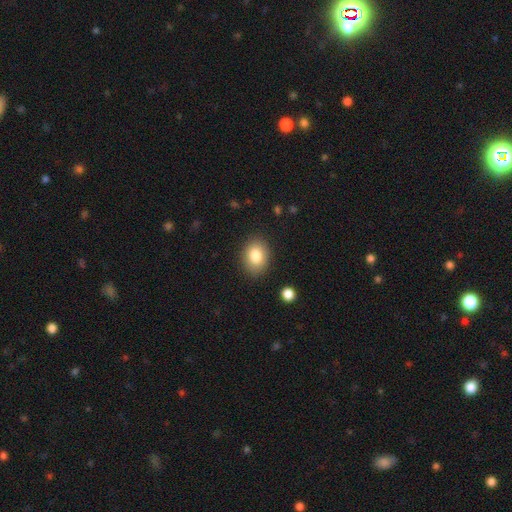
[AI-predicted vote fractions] A smooth galaxy with no disk features (83%) that is in between round and cigar-shaped (64%).

Vote fractions:
- Smooth or featured? smooth: 83% / star or artifact: 8% / featured or disk: 8%
- How rounded? in between: 64% / round: 35% / cigar-shaped: 1%
- Merging? none: 86% / minor disturbance: 10% / major disturbance: 3% / merger: 2%